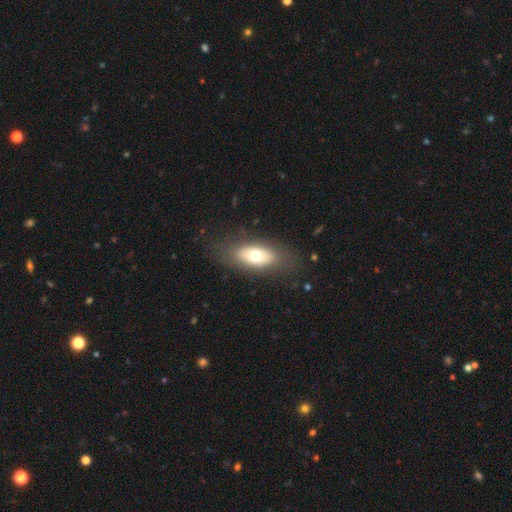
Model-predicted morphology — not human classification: Smooth or featured?
  - smooth: 65% *
  - featured or disk: 27%
  - star or artifact: 8%
How rounded?
  - in between: 84% *
  - cigar-shaped: 10%
  - round: 6%
Merging?
  - none: 78% *
  - minor disturbance: 14%
  - major disturbance: 7%
  - merger: 1%